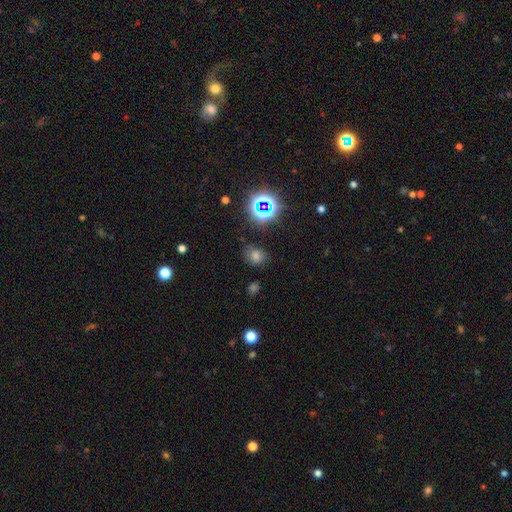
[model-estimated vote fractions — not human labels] Q: Smooth or featured?
A: smooth (57%); runner-up: star or artifact (35%)
Q: How rounded?
A: round (61%); runner-up: in between (37%)
Q: Merging?
A: none (82%); runner-up: minor disturbance (12%)